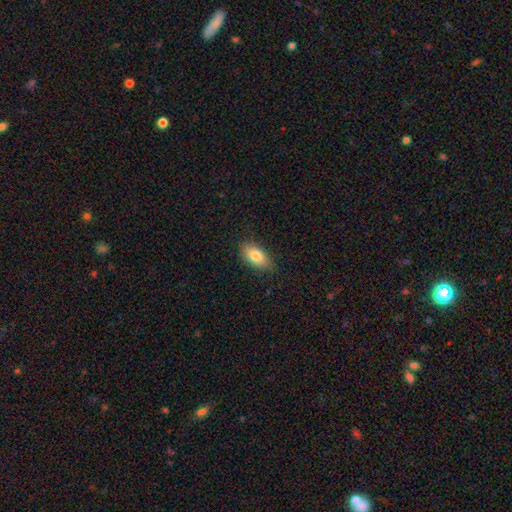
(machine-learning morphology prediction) This appears to be a smooth galaxy with no disk features (82%) that is in between round and cigar-shaped (91%). Merging: none (86%).